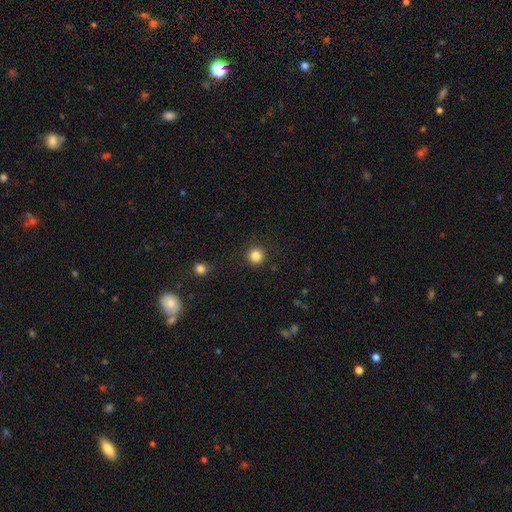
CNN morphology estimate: Smooth or featured?
  - smooth: 84% *
  - star or artifact: 12%
  - featured or disk: 5%
How rounded?
  - round: 95% *
  - in between: 4%
  - cigar-shaped: 1%
Merging?
  - none: 91% *
  - minor disturbance: 6%
  - major disturbance: 2%
  - merger: 1%